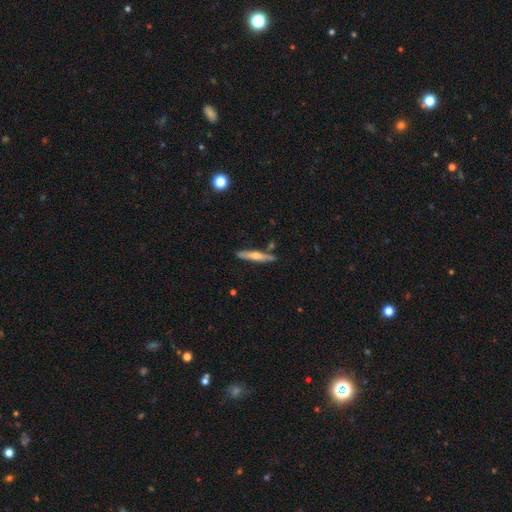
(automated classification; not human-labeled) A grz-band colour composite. It shows a featured or disk galaxy (55%) viewed edge-on (94%) with a rounded central bulge (83%). Merging: none (82%).